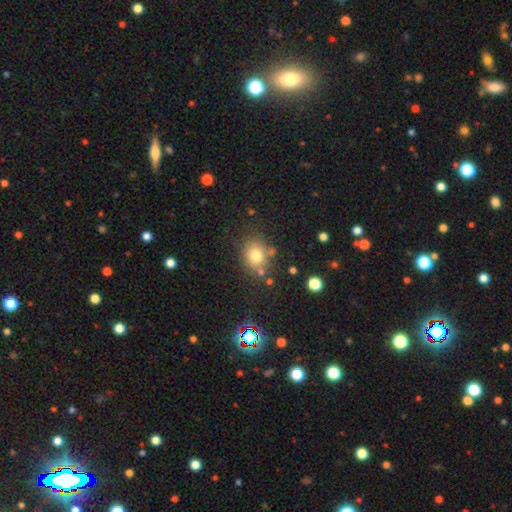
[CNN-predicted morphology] This appears to be a smooth galaxy with no disk features (76%) that is round (59%). Merging: none (74%).